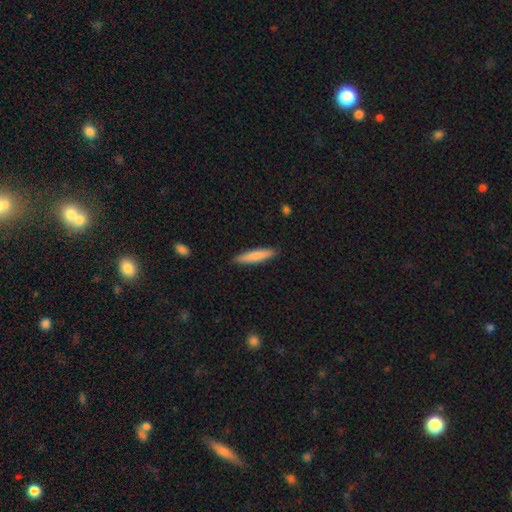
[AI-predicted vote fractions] smooth_or_featured: smooth (p=0.81) [alt: featured or disk p=0.13]
how_rounded: cigar-shaped (p=0.87) [alt: in between p=0.12]
merging: none (p=0.88) [alt: minor disturbance p=0.09]